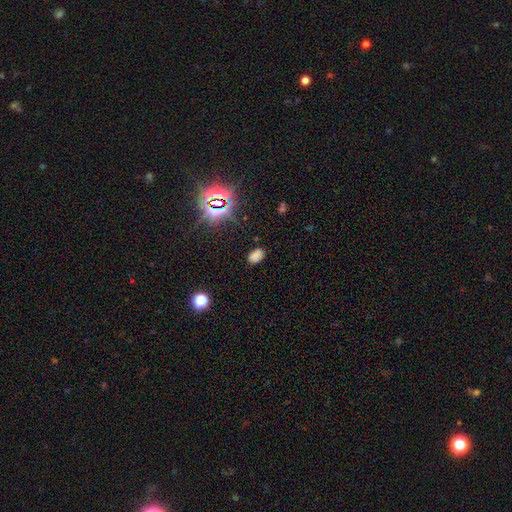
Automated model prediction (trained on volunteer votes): This is likely a smooth galaxy (67%). How rounded: clearly in between (90%). Merging: likely none (80%).